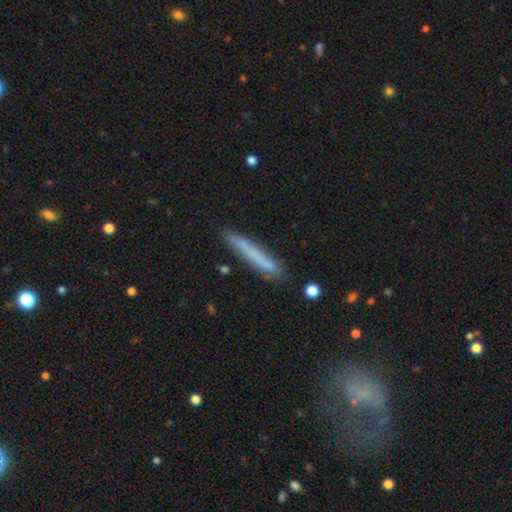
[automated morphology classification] Q: Smooth or featured?
A: smooth (66%); runner-up: featured or disk (27%)
Q: How rounded?
A: cigar-shaped (96%); runner-up: in between (3%)
Q: Merging?
A: none (85%); runner-up: minor disturbance (11%)